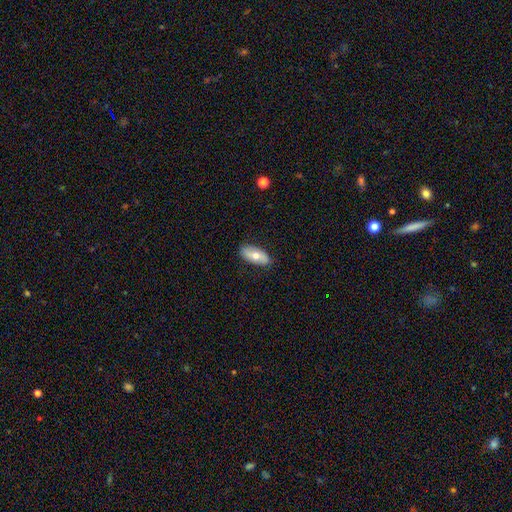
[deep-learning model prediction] A smooth galaxy with no disk features (63%) that is in between round and cigar-shaped (87%).

Vote fractions:
- Smooth or featured? smooth: 63% / featured or disk: 31% / star or artifact: 6%
- How rounded? in between: 87% / cigar-shaped: 9% / round: 3%
- Merging? none: 85% / minor disturbance: 12% / major disturbance: 2% / merger: 1%